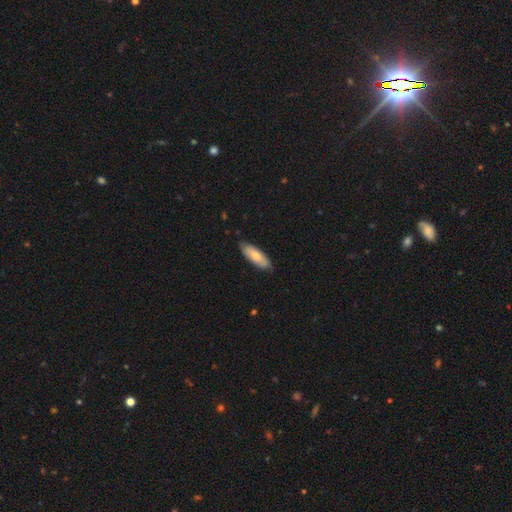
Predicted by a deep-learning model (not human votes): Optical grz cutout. It shows a smooth galaxy with no disk features (71%) that is in between round and cigar-shaped (62%). Merging: none (81%).